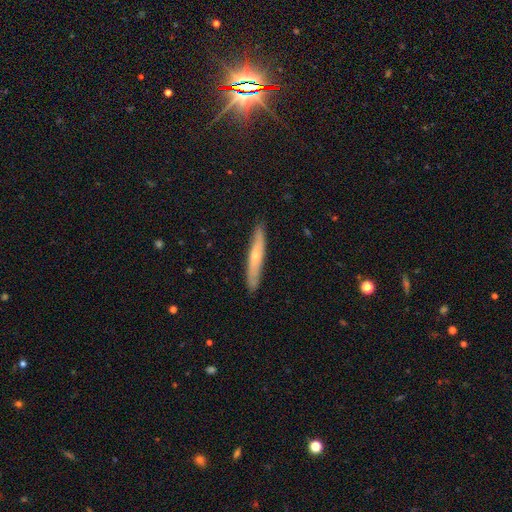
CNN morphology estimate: Overall: featured or disk (51%; smooth 43%). Edge-on disk: yes (83%). Merging: none (88%).